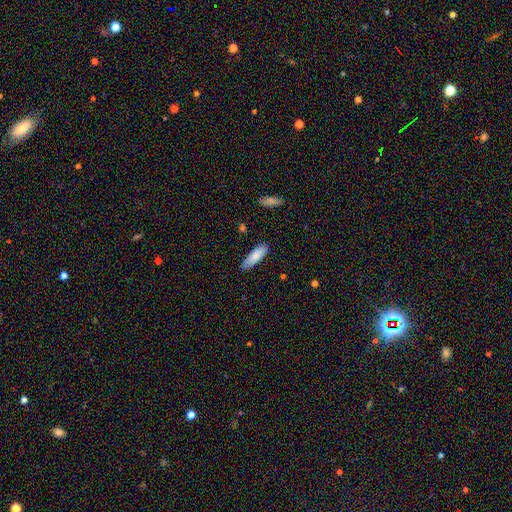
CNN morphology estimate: Q: Smooth or featured?
A: smooth (83%); runner-up: featured or disk (11%)
Q: How rounded?
A: in between (50%); runner-up: cigar-shaped (48%)
Q: Merging?
A: none (81%); runner-up: minor disturbance (15%)